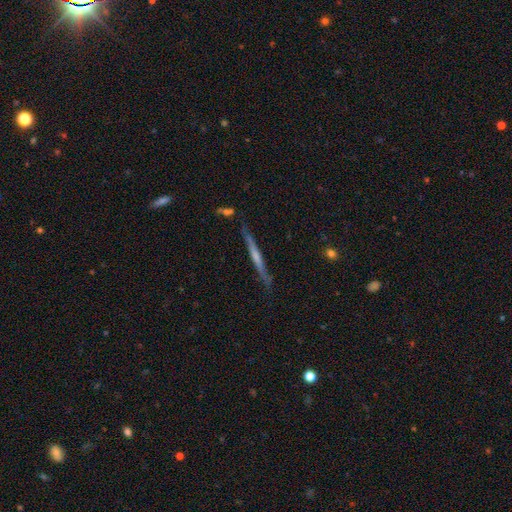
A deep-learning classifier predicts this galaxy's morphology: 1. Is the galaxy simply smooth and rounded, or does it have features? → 70% featured or disk, 19% smooth, 11% star or artifact.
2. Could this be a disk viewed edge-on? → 96% yes, 4% no.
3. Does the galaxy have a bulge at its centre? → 67% rounded, 23% none, 10% boxy.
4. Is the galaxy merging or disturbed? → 85% none, 10% minor disturbance, 3% merger, 3% major disturbance.